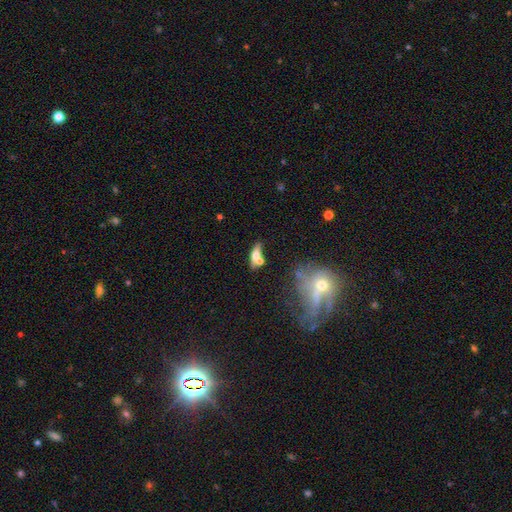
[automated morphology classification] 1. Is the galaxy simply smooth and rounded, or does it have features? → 55% smooth, 36% featured or disk, 9% star or artifact.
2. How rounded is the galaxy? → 58% in between, 34% cigar-shaped, 7% round.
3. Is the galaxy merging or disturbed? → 50% none, 31% merger, 13% minor disturbance, 6% major disturbance.